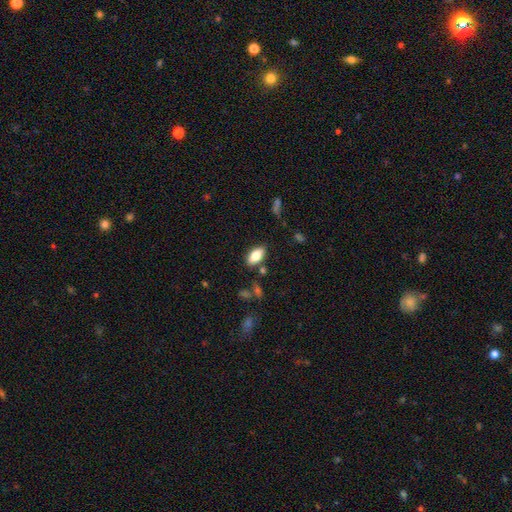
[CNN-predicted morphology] smooth 82%, featured or disk 11%, star or artifact 7%. Down the decision tree: how rounded — in between (91%); merging — none (83%).